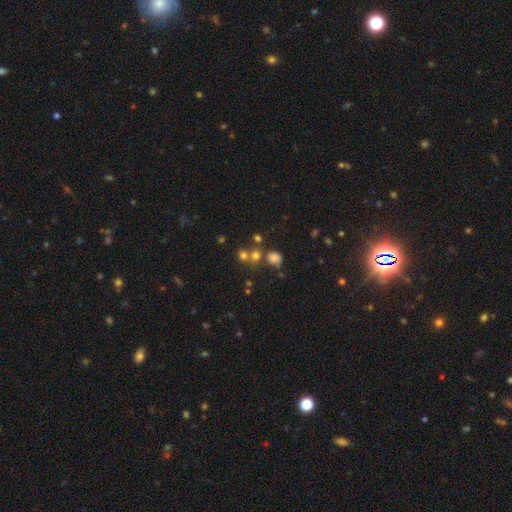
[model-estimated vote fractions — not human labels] Overall: smooth (58%; star or artifact 32%). How rounded: round (81%). Merging: none (60%; merger 25%).